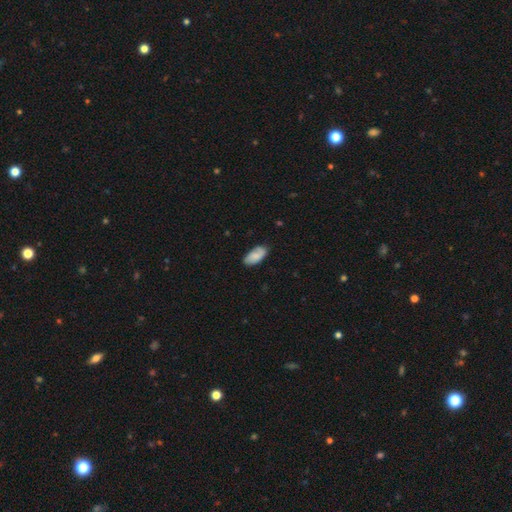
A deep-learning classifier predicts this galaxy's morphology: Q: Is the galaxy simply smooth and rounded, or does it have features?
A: smooth — 78%.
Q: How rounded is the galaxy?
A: in between — 93%.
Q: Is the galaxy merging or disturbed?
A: none — 79%.